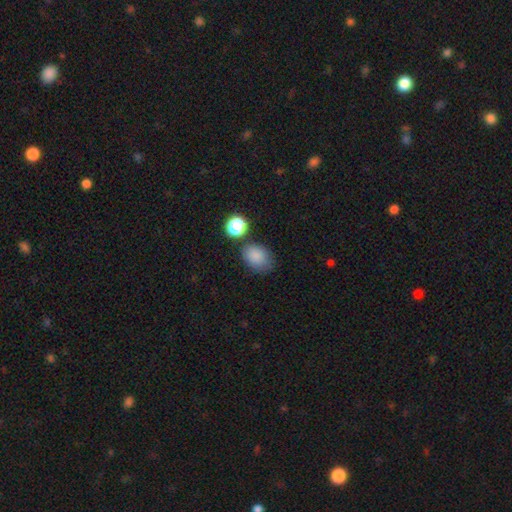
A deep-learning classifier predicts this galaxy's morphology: A smooth galaxy with no disk features (84%) that is in between round and cigar-shaped (70%).

Vote fractions:
- Smooth or featured? smooth: 84% / star or artifact: 10% / featured or disk: 5%
- How rounded? in between: 70% / round: 29% / cigar-shaped: 1%
- Merging? none: 68% / minor disturbance: 18% / merger: 9% / major disturbance: 5%